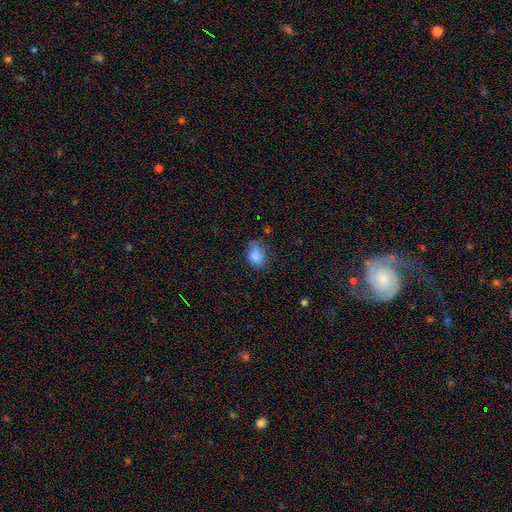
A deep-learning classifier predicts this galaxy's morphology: Overall: smooth (83%). How rounded: in between (71%). Merging: none (62%; minor disturbance 28%).